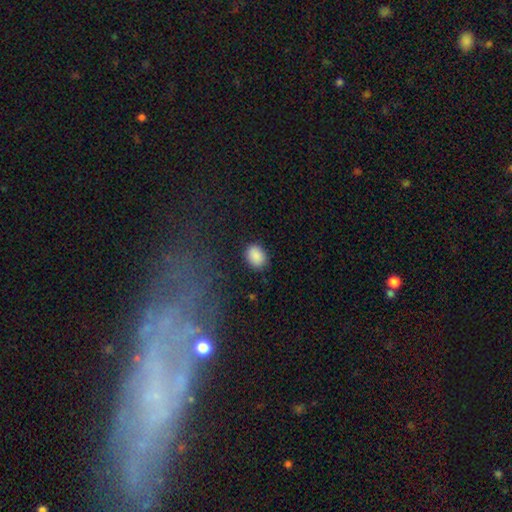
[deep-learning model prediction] Smooth or featured? Predicted: smooth (p=0.89). How rounded? Predicted: in between (p=0.67). Merging? Predicted: none (p=0.83).